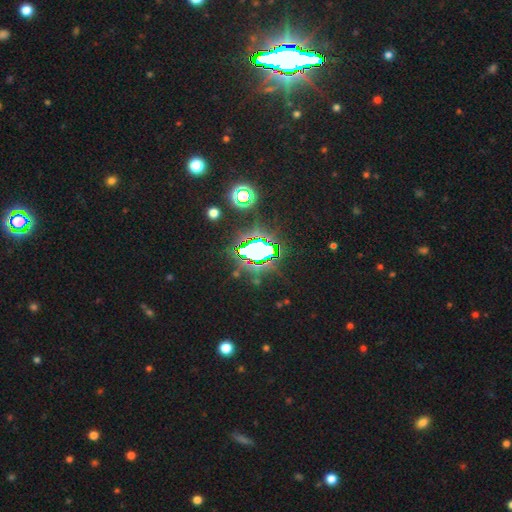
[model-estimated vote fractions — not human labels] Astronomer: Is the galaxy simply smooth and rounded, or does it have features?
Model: star or artifact — 72%.